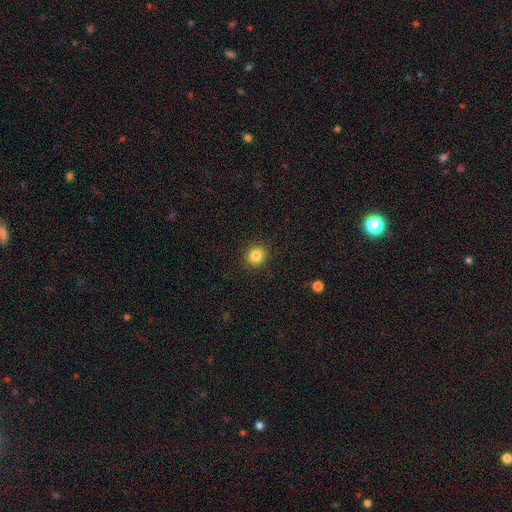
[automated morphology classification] This is clearly a smooth galaxy (85%). How rounded: clearly round (81%). Merging: clearly none (91%).